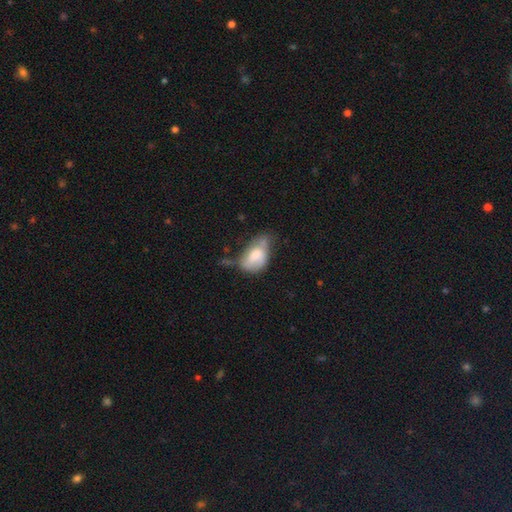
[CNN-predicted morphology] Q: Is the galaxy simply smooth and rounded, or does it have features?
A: smooth — 66%.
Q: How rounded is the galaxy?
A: in between — 88%.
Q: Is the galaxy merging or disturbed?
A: minor disturbance — 36%.